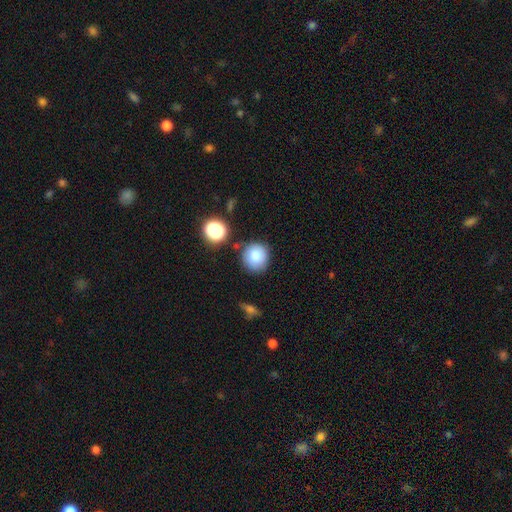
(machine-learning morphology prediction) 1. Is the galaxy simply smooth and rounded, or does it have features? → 82% smooth, 10% star or artifact, 8% featured or disk.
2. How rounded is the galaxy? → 91% round, 8% in between, 1% cigar-shaped.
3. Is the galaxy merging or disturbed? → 79% none, 12% minor disturbance, 5% merger, 3% major disturbance.